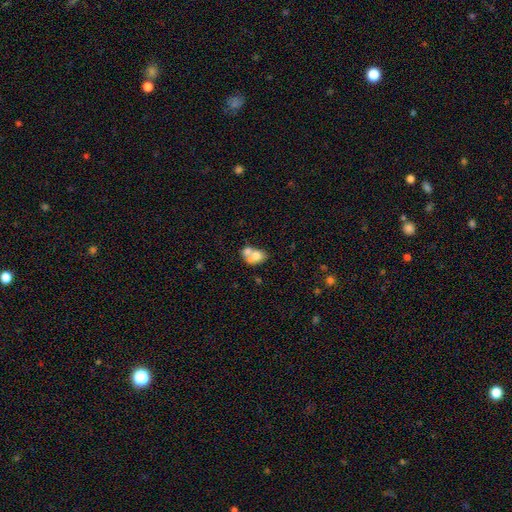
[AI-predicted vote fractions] This is likely a smooth galaxy (62%). How rounded: likely in between (65%). Merging: likely merger (65%).